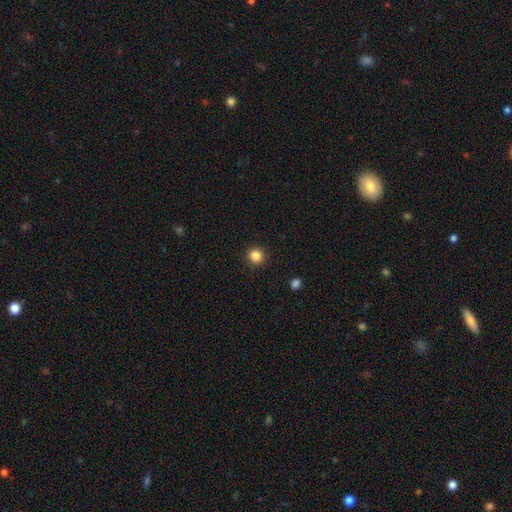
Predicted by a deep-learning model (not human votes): The model was most divided on "smooth or featured": smooth: 85%, star or artifact: 11%, featured or disk: 4%. More confident: how rounded — round (94%); merging — none (93%).